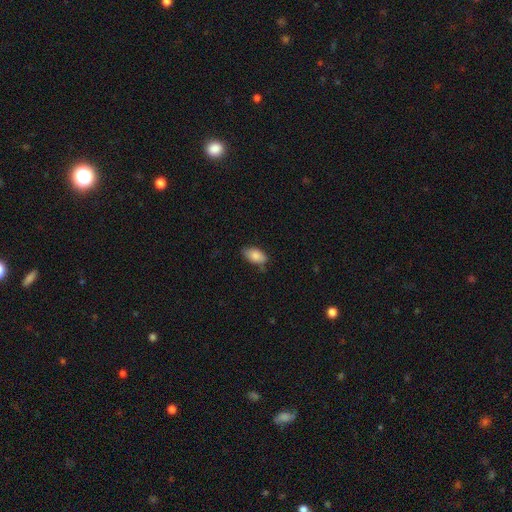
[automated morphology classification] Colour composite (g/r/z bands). It shows a smooth galaxy with no disk features (85%) that is in between round and cigar-shaped (93%). Merging: none (72%).